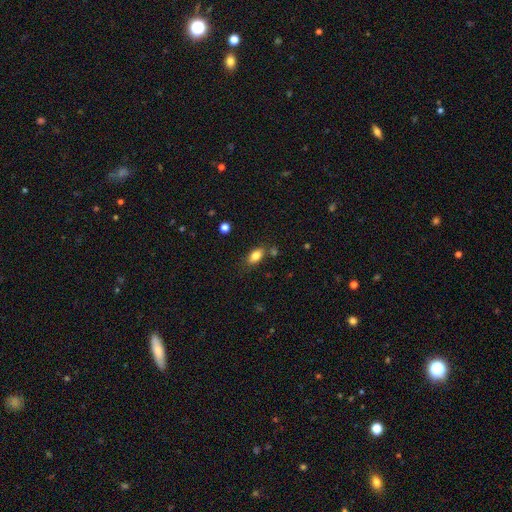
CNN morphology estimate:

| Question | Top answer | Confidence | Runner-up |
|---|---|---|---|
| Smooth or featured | smooth | 83% | featured or disk (9%) |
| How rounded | in between | 88% | round (8%) |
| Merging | none | 74% | minor disturbance (14%) |